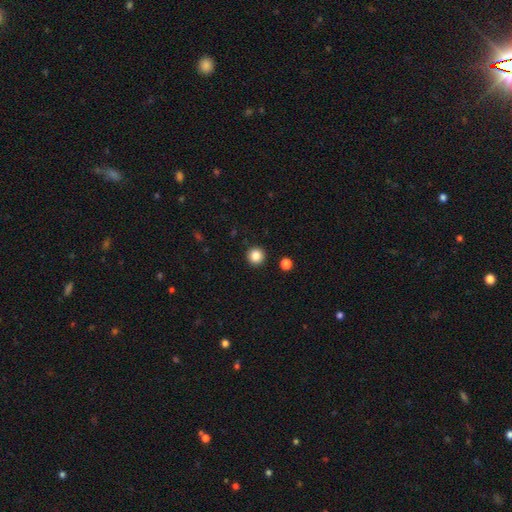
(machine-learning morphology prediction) This appears to be a smooth galaxy with no disk features (85%) that is round (96%). Merging: none (92%).